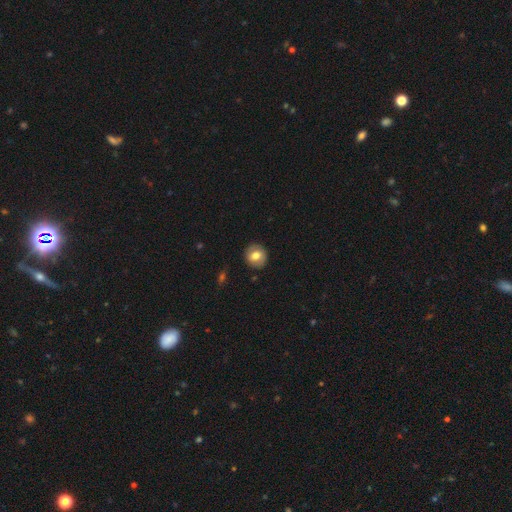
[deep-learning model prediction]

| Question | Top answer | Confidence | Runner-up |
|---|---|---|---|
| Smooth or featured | smooth | 70% | featured or disk (22%) |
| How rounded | round | 84% | in between (15%) |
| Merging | none | 87% | minor disturbance (9%) |